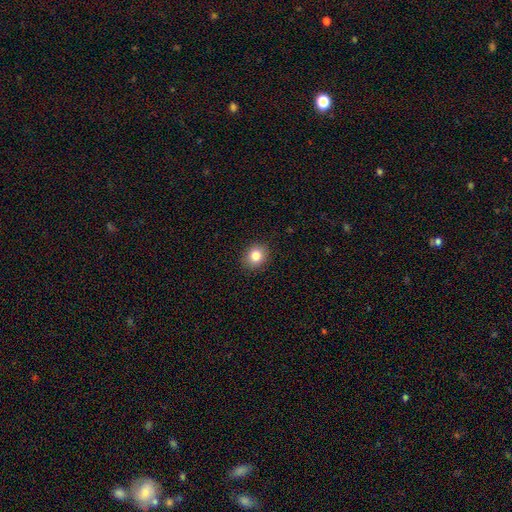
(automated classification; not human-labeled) Smooth or featured: smooth — 83% (star or artifact — 10%)
How rounded: round — 65% (in between — 34%)
Merging: none — 90% (minor disturbance — 8%)